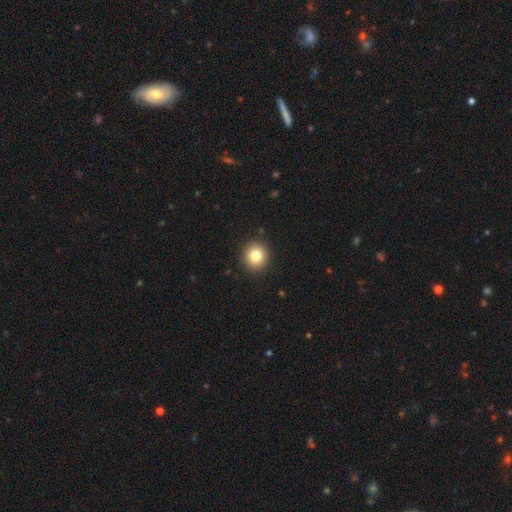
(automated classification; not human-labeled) Smooth or featured? Predicted: smooth (p=0.82). How rounded? Predicted: round (p=0.90). Merging? Predicted: none (p=0.91).